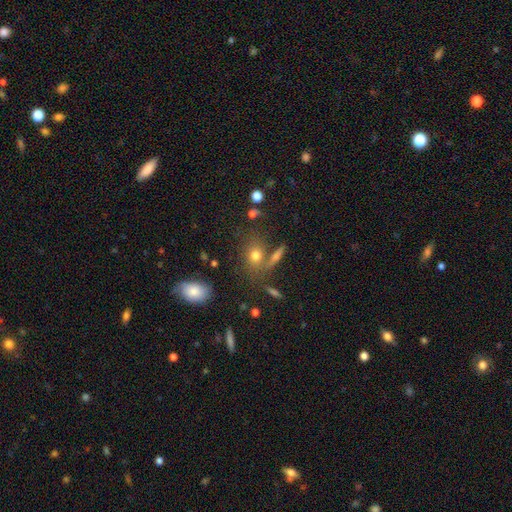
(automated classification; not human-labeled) Morphology: type=smooth (72%); roundness=round (55%); merging=none (63%).